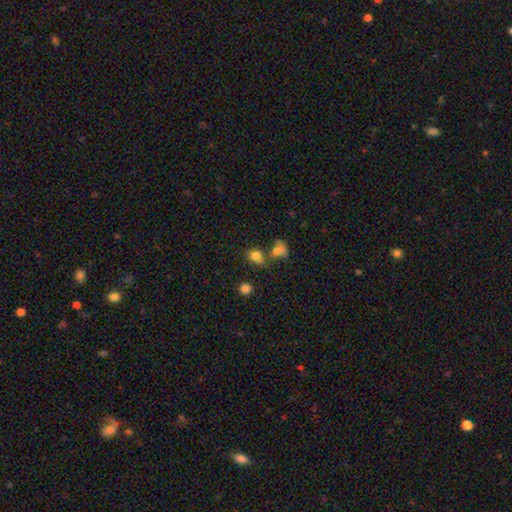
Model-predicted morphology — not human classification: Overall: smooth (78%). How rounded: round (49%, tied with in between). Merging: none (48%; merger 31%).